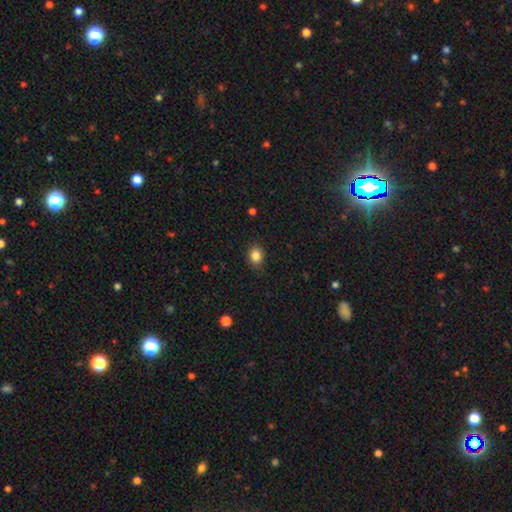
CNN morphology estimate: smooth 85%, star or artifact 10%, featured or disk 5%. Down the decision tree: how rounded — in between (52%); merging — none (84%).